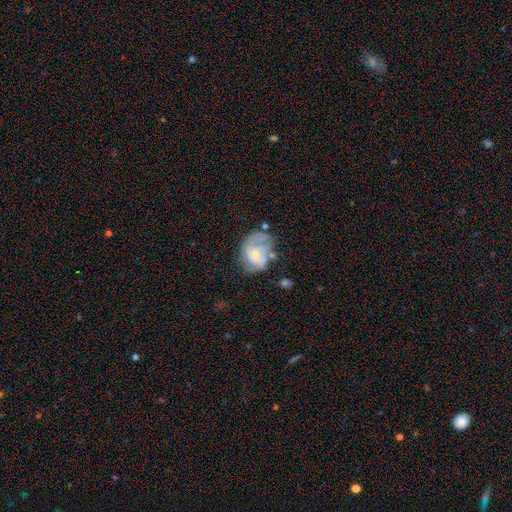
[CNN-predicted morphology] Smooth or featured? featured or disk (75%)
Edge-on disk? no (98%)
Bar? no (56%)
Spiral arms? yes (88%)
Spiral winding? tight (53%)
Spiral arm count? 2 (48%)
Bulge size? small (56%)
Merging? none (46%)